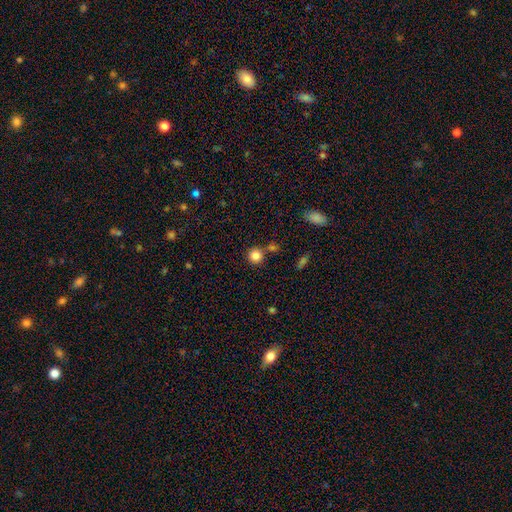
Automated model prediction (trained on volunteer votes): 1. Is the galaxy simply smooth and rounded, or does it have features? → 84% smooth, 11% star or artifact, 5% featured or disk.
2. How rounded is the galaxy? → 93% round, 6% in between, 1% cigar-shaped.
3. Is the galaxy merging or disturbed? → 77% none, 12% merger, 8% minor disturbance, 3% major disturbance.